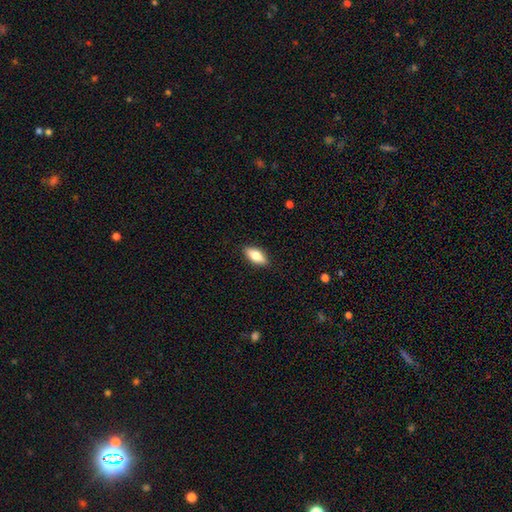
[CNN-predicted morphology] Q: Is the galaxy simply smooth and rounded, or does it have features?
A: smooth — 75%.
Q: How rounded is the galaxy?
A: in between — 81%.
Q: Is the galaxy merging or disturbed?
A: none — 88%.